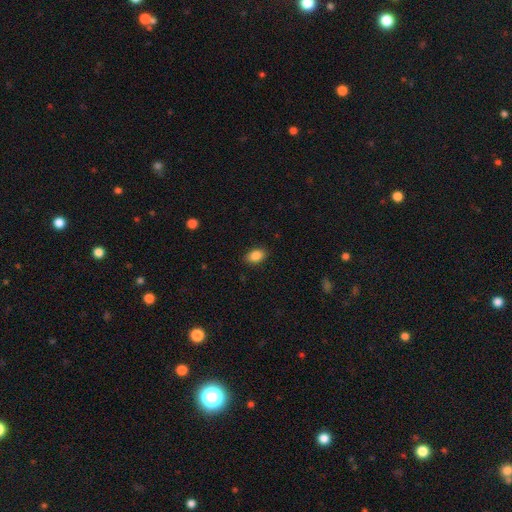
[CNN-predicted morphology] A smooth galaxy with no disk features (86%) that is in between round and cigar-shaped (84%).

Vote fractions:
- Smooth or featured? smooth: 86% / star or artifact: 9% / featured or disk: 5%
- How rounded? in between: 84% / round: 15% / cigar-shaped: 1%
- Merging? none: 87% / minor disturbance: 9% / major disturbance: 2% / merger: 1%